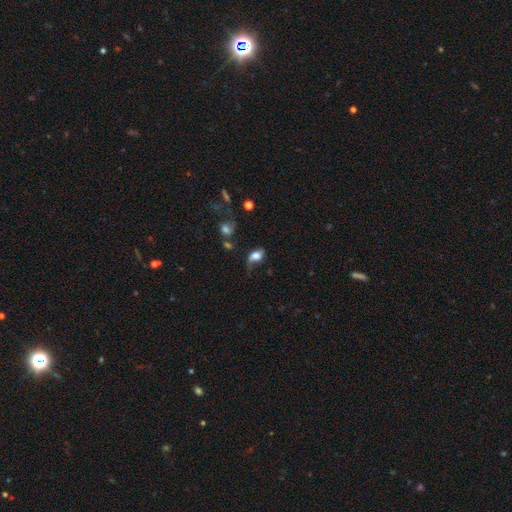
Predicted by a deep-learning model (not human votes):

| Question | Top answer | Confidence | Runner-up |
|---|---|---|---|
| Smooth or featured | smooth | 67% | featured or disk (23%) |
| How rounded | in between | 78% | round (19%) |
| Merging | none | 34% | minor disturbance (31%) |